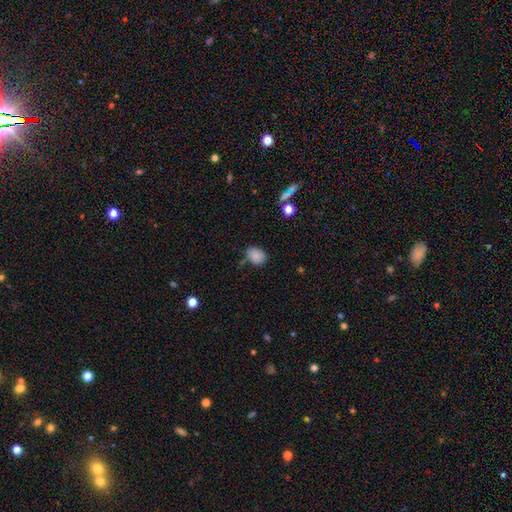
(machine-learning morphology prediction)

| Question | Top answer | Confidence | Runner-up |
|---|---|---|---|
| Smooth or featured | smooth | 85% | star or artifact (9%) |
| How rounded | in between | 68% | round (31%) |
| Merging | none | 68% | minor disturbance (22%) |